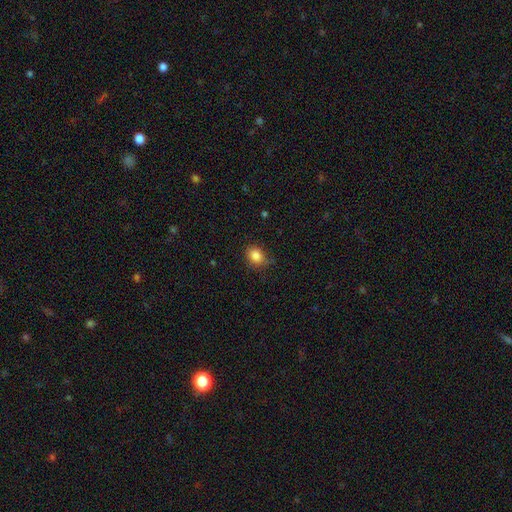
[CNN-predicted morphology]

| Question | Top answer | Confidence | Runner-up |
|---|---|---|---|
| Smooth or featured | smooth | 85% | star or artifact (10%) |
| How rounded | round | 61% | in between (38%) |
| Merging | none | 79% | minor disturbance (16%) |